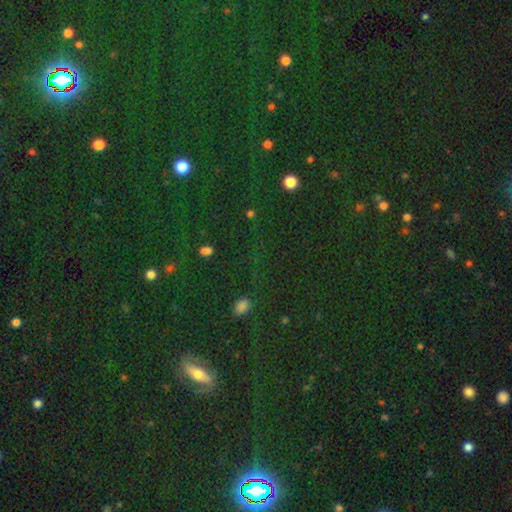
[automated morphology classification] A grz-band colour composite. It shows a star or artifact, not a galaxy (67%).